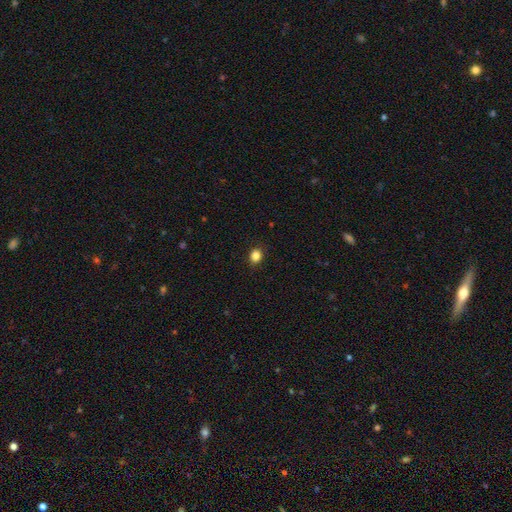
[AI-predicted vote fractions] This is clearly a smooth galaxy (85%). How rounded: possibly round (59%). Merging: clearly none (89%).